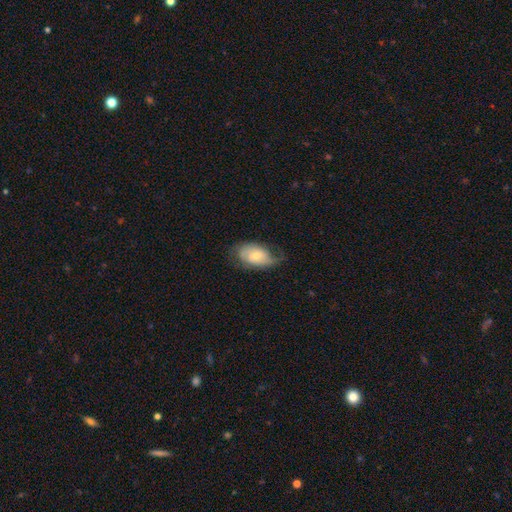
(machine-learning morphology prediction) featured or disk 52%, smooth 41%, star or artifact 7%. Down the decision tree: edge-on disk — no (94%); merging — none (54%).